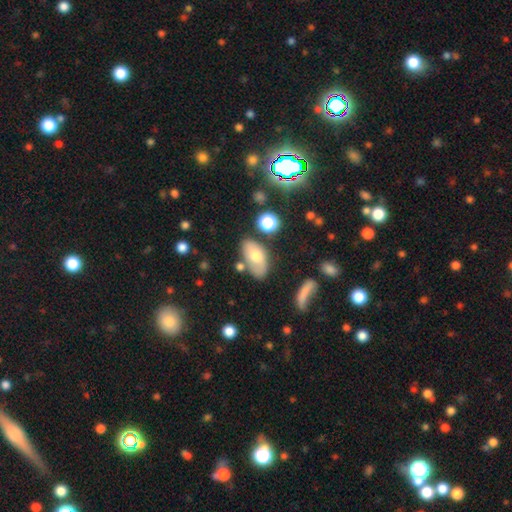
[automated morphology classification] Smooth or featured? Predicted: smooth (p=0.62). How rounded? Predicted: in between (p=0.91). Merging? Predicted: none (p=0.64).